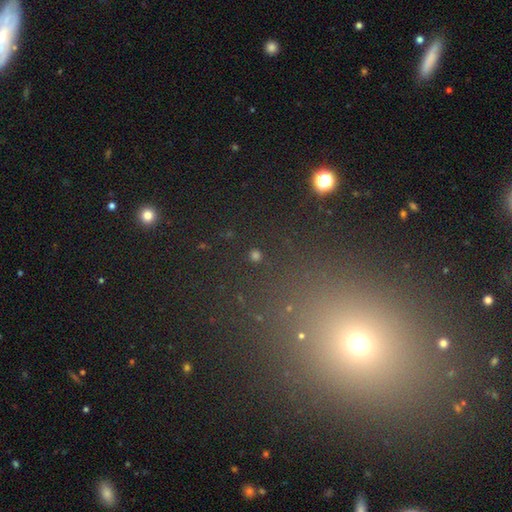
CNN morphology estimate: smooth_or_featured: smooth (p=0.51) [alt: star or artifact p=0.40]
how_rounded: round (p=0.85) [alt: in between p=0.13]
merging: none (p=0.86) [alt: minor disturbance p=0.07]